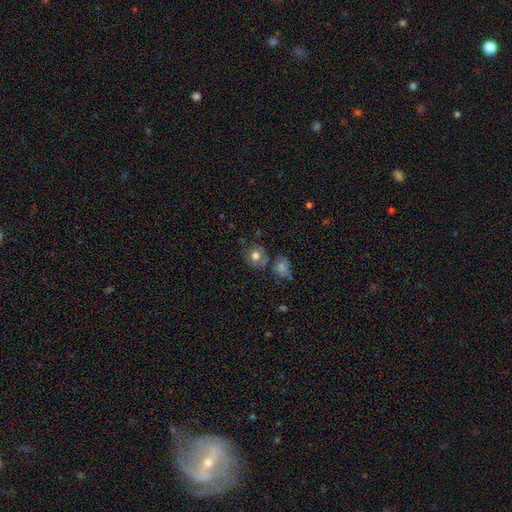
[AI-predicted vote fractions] Overall: smooth (71%). How rounded: round (74%). Merging: none (63%).